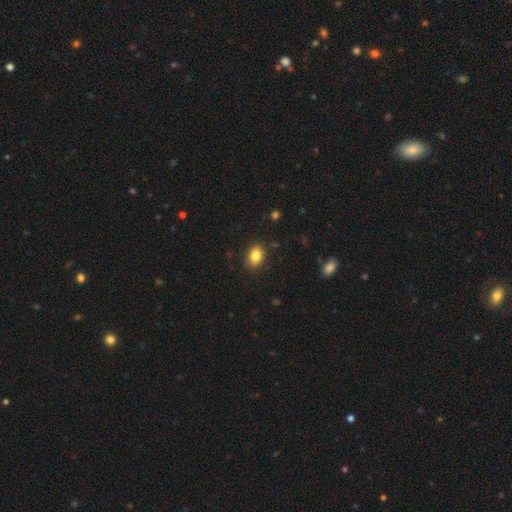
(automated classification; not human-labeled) Smooth or featured? Predicted: smooth (p=0.84). How rounded? Predicted: in between (p=0.75). Merging? Predicted: none (p=0.87).